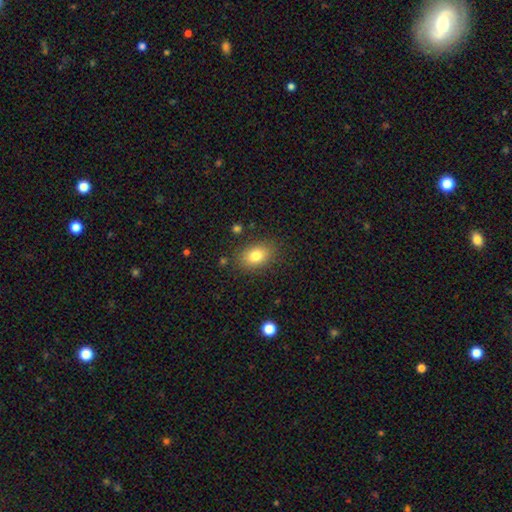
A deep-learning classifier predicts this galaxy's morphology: A smooth galaxy with no disk features (80%) that is in between round and cigar-shaped (81%). Merging: none (83%).